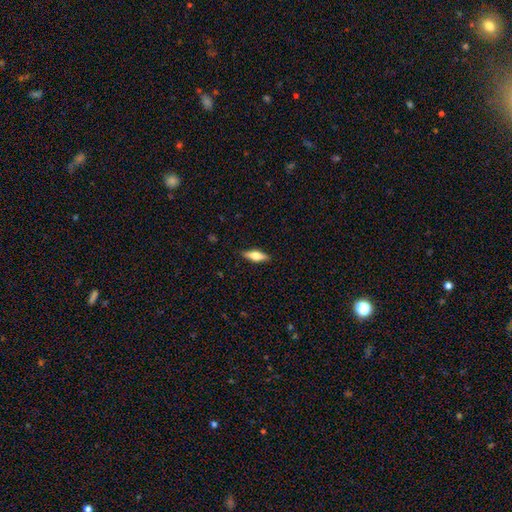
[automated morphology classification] Smooth or featured: smooth — 57% (featured or disk — 36%)
How rounded: in between — 55% (cigar-shaped — 43%)
Merging: none — 87% (minor disturbance — 10%)